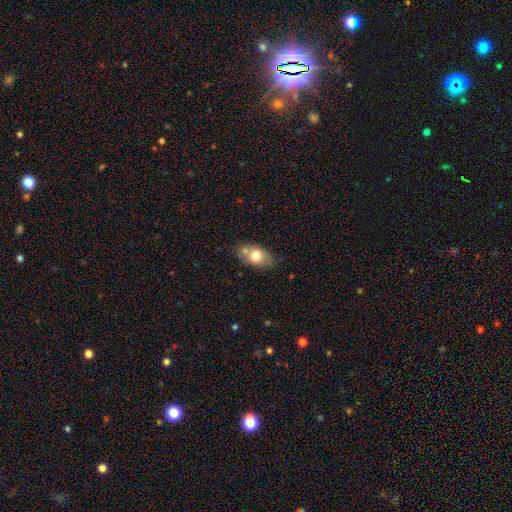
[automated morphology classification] A smooth galaxy with no disk features (73%) that is in between round and cigar-shaped (83%). Merging: none (62%).